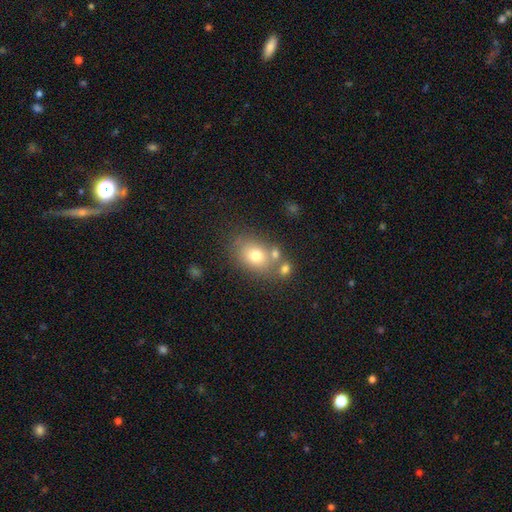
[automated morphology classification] This appears to be a smooth galaxy with no disk features (73%) that is in between round and cigar-shaped (68%). Merging: none (59%).